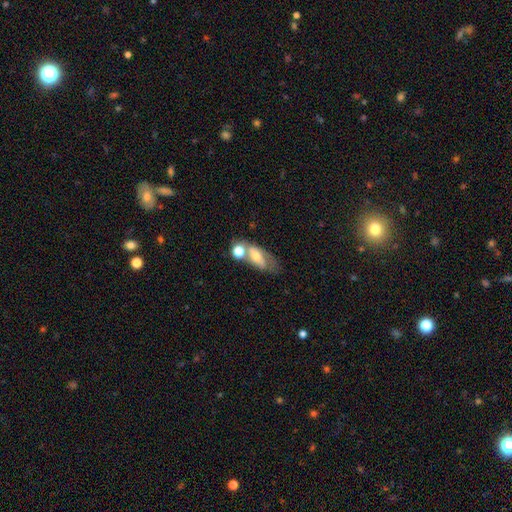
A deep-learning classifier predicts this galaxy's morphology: smooth_or_featured: smooth (p=0.51) [alt: featured or disk p=0.39]
how_rounded: in between (p=0.76) [alt: round p=0.12]
merging: merger (p=0.41) [alt: none p=0.31]